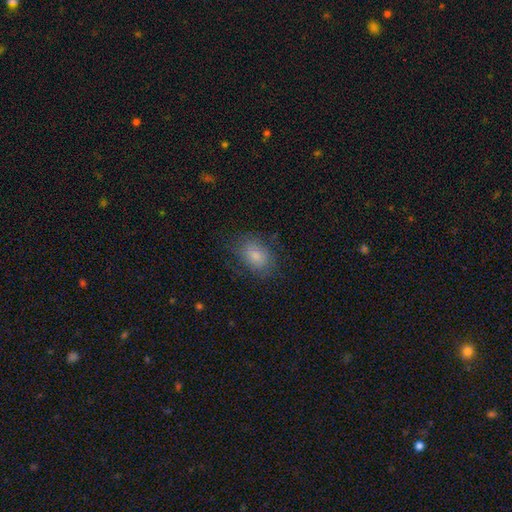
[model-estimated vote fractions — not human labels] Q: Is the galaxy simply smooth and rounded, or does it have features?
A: smooth — 78%.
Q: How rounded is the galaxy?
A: in between — 78%.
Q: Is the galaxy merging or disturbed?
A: none — 71%.